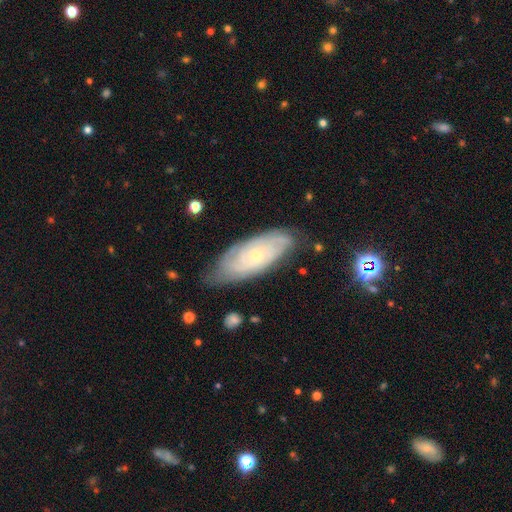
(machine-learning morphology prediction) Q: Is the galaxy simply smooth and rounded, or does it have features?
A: featured or disk — 77%.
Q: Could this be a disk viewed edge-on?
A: no — 90%.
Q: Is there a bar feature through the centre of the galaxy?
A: no — 76%.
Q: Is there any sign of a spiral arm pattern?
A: yes — 92%.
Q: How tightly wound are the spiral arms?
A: tight — 73%.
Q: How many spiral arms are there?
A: can't tell — 48%.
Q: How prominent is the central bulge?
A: small — 60%.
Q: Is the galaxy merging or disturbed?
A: none — 70%.